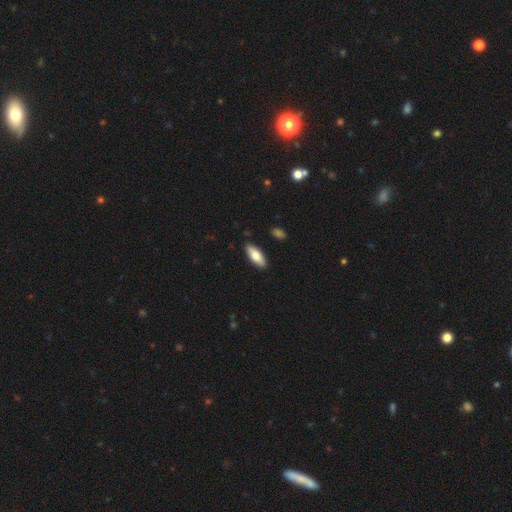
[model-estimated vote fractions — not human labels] smooth_or_featured: smooth (p=0.75) [alt: featured or disk p=0.19]
how_rounded: in between (p=0.75) [alt: cigar-shaped p=0.23]
merging: none (p=0.89) [alt: minor disturbance p=0.08]